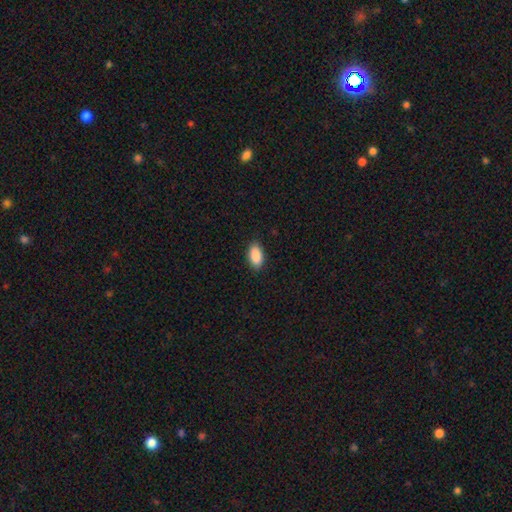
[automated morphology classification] Overall: smooth (90%). How rounded: in between (94%). Merging: none (88%).